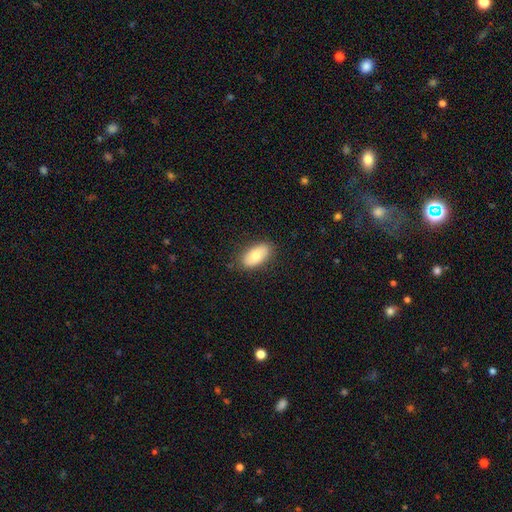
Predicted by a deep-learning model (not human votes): smooth-or-featured: smooth: 78% | featured or disk: 15% | star or artifact: 6%
  how-rounded: in between: 93% | cigar-shaped: 4% | round: 3%
  merging: none: 84% | minor disturbance: 13% | major disturbance: 3% | merger: 1%